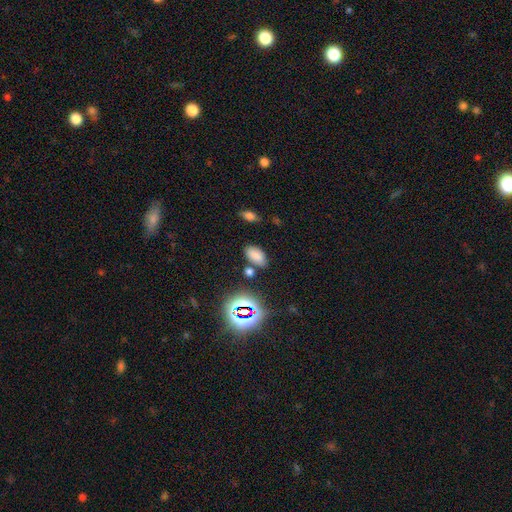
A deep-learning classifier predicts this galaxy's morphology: Smooth or featured: smooth — 73% (star or artifact — 20%)
How rounded: in between — 92% (round — 5%)
Merging: none — 76% (minor disturbance — 13%)